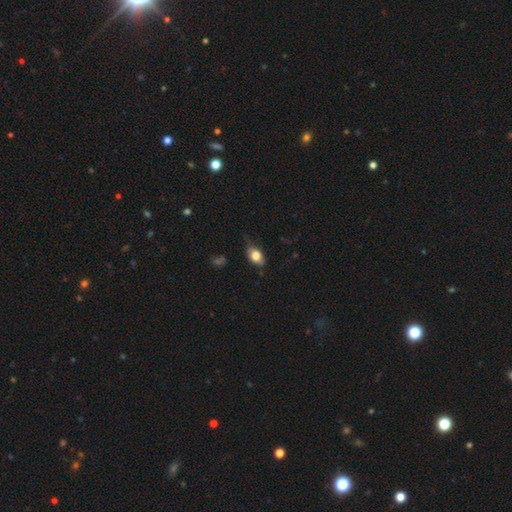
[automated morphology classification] Smooth or featured? Predicted: smooth (p=0.78). How rounded? Predicted: in between (p=0.82). Merging? Predicted: none (p=0.66).